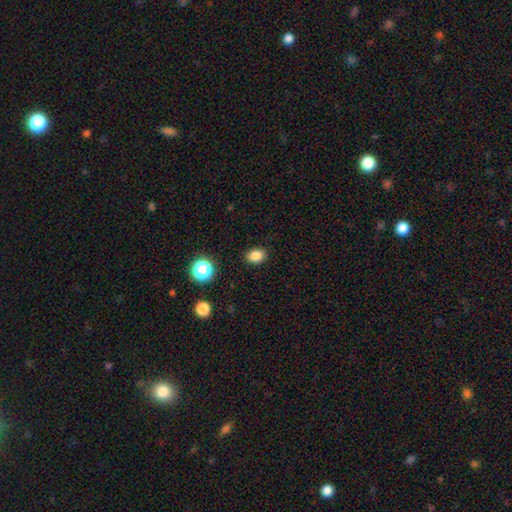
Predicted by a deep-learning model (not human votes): Smooth or featured?
  - smooth: 84% *
  - star or artifact: 12%
  - featured or disk: 4%
How rounded?
  - in between: 68% *
  - round: 31%
  - cigar-shaped: 1%
Merging?
  - none: 88% *
  - minor disturbance: 8%
  - major disturbance: 2%
  - merger: 1%